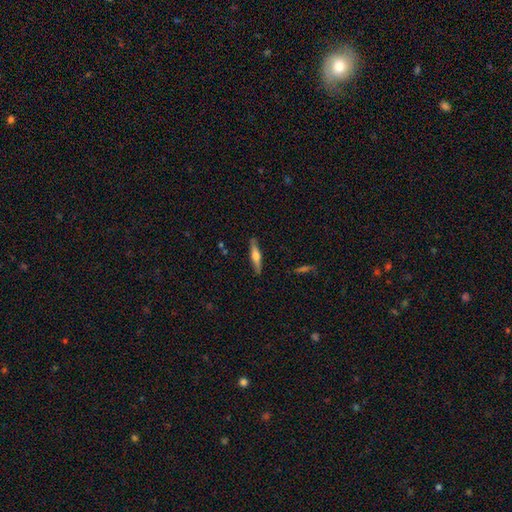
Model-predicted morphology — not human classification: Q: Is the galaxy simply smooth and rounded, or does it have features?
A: featured or disk — 50%.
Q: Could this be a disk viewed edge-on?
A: yes — 95%.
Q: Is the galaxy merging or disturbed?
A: none — 88%.